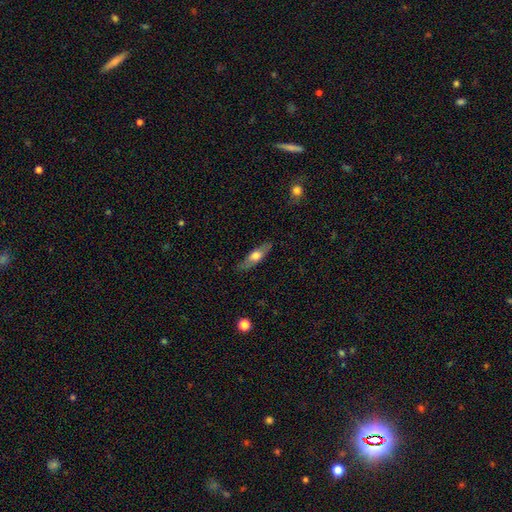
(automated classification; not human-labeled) The model was most divided on "how rounded": cigar-shaped: 55%, in between: 43%, round: 3%. More confident: merging — none (84%); smooth or featured — smooth (55%).